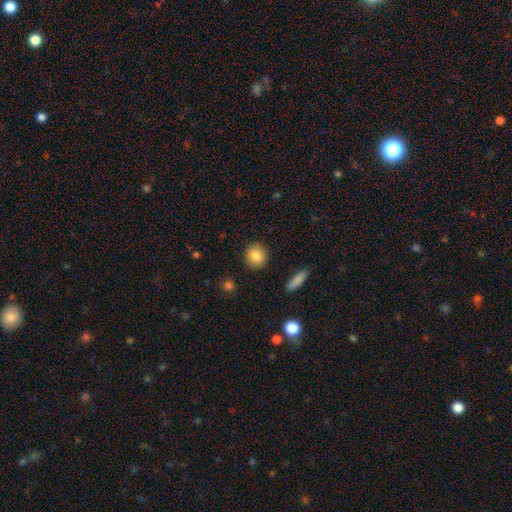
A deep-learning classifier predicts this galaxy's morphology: smooth 85%, star or artifact 8%, featured or disk 6%. Down the decision tree: how rounded — round (84%); merging — none (90%).